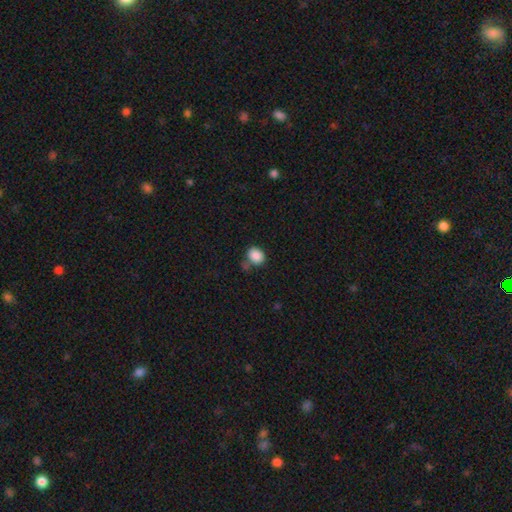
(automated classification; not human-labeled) Morphology: type=smooth (86%); roundness=round (59%); merging=none (62%).